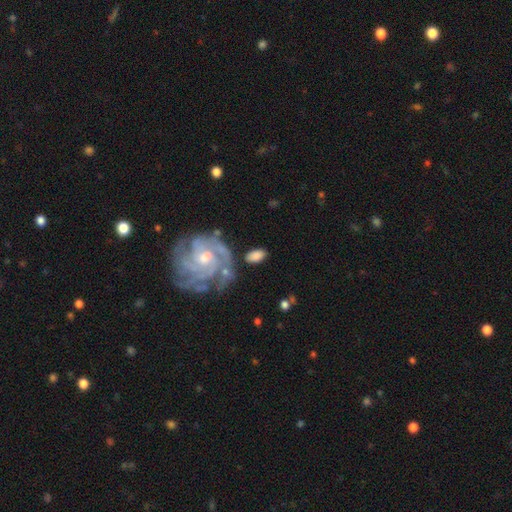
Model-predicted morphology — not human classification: This is likely a smooth galaxy (68%). How rounded: clearly in between (89%). Merging: likely none (70%).